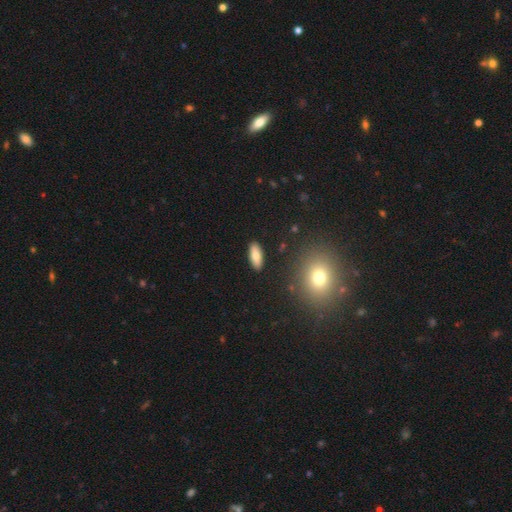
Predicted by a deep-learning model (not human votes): Smooth or featured? Predicted: smooth (p=0.79). How rounded? Predicted: in between (p=0.75). Merging? Predicted: none (p=0.89).